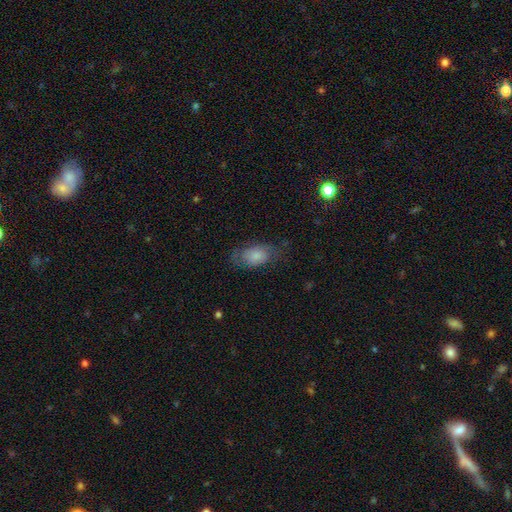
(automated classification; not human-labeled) smooth 68%, featured or disk 24%, star or artifact 8%. Down the decision tree: how rounded — in between (87%); merging — none (59%).